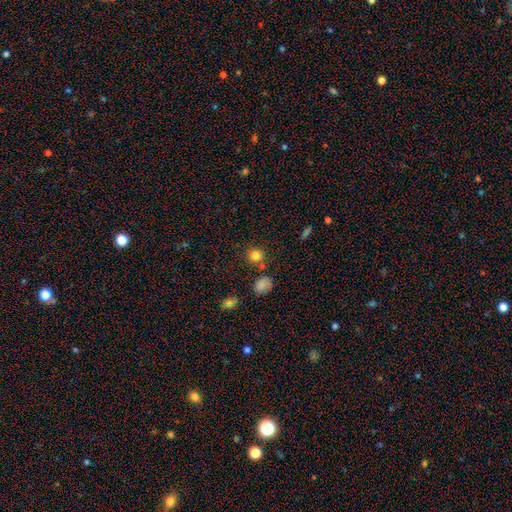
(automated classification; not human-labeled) This appears to be a smooth galaxy with no disk features (81%) that is round (87%). Merging: none (78%).